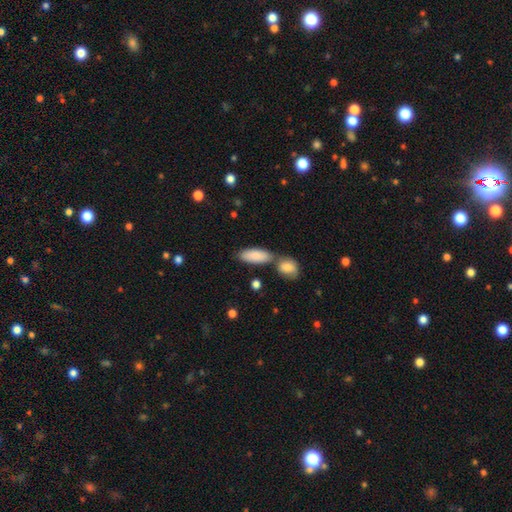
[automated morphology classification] smooth-or-featured: smooth: 86% | featured or disk: 8% | star or artifact: 6%
  how-rounded: in between: 80% | cigar-shaped: 18% | round: 3%
  merging: none: 54% | merger: 30% | minor disturbance: 12% | major disturbance: 4%